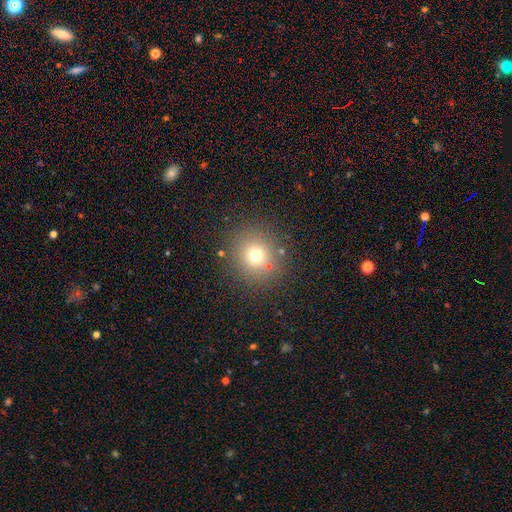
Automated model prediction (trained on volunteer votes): This is likely a smooth galaxy (71%). How rounded: clearly round (91%). Merging: clearly none (85%).